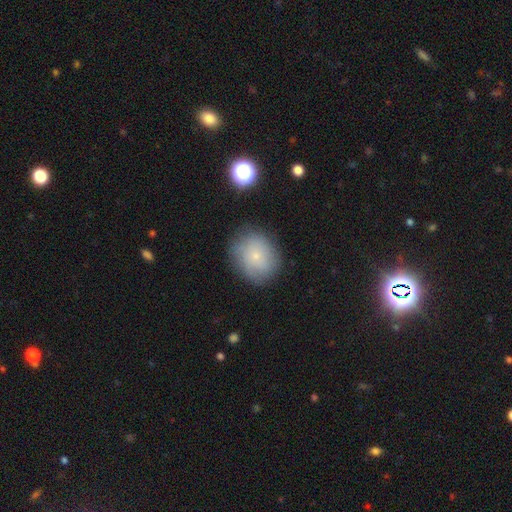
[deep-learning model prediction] A smooth galaxy with no disk features (69%) that is round (66%).

Vote fractions:
- Smooth or featured? smooth: 69% / featured or disk: 20% / star or artifact: 11%
- How rounded? round: 66% / in between: 33% / cigar-shaped: 1%
- Merging? none: 76% / minor disturbance: 16% / major disturbance: 6% / merger: 2%